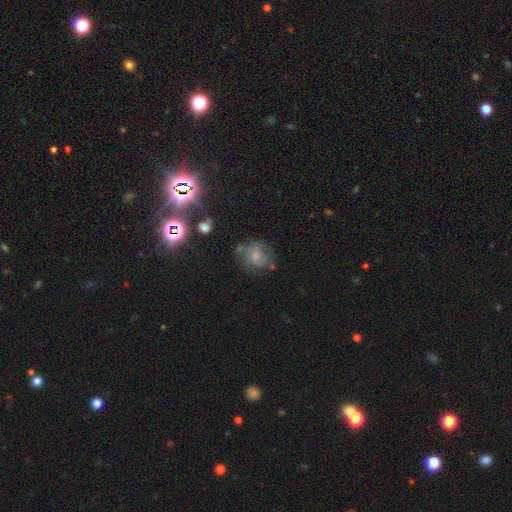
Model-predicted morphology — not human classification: This appears to be a featured or disk galaxy (52%) with no bar (76%), spiral arms (69%) and a moderate central bulge (50%). Merging: none (58%).